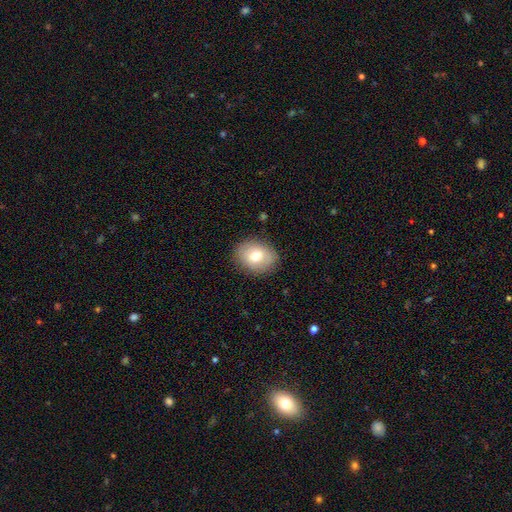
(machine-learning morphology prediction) Overall: smooth (71%). How rounded: in between (56%; round 43%). Merging: none (84%).